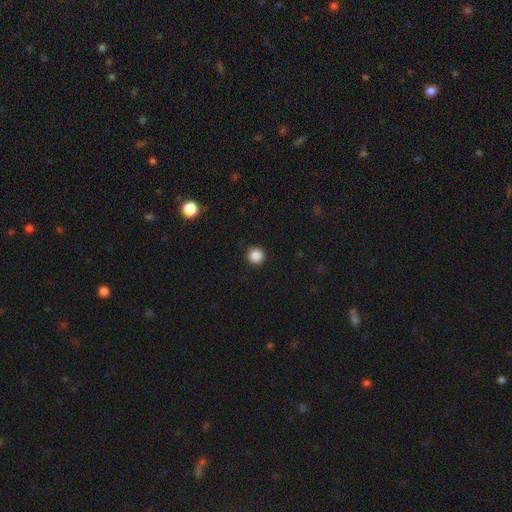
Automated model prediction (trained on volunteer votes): Smooth or featured?
  - smooth: 88% *
  - star or artifact: 10%
  - featured or disk: 2%
How rounded?
  - round: 96% *
  - in between: 3%
  - cigar-shaped: 1%
Merging?
  - none: 92% *
  - minor disturbance: 5%
  - major disturbance: 2%
  - merger: 1%